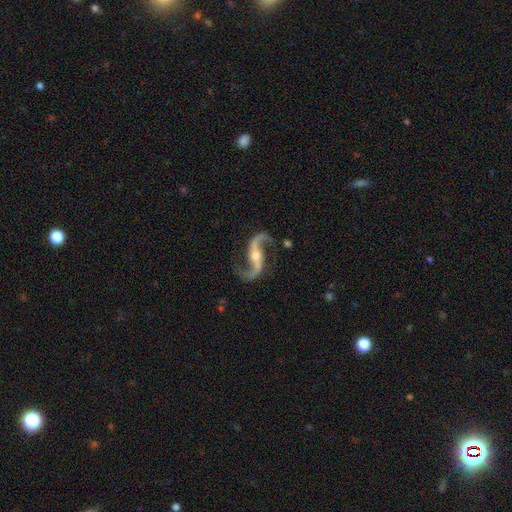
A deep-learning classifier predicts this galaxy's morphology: Smooth or featured: featured or disk — 93% (star or artifact — 4%)
Edge-on disk: no — 97% (yes — 3%)
Bar: no — 36% (strong — 34%)
Spiral arms: yes — 98% (no — 2%)
Spiral winding: loose — 76% (medium — 19%)
Spiral arm count: 2 — 95% (1 — 1%)
Bulge size: moderate — 52% (small — 39%)
Merging: none — 81% (minor disturbance — 11%)